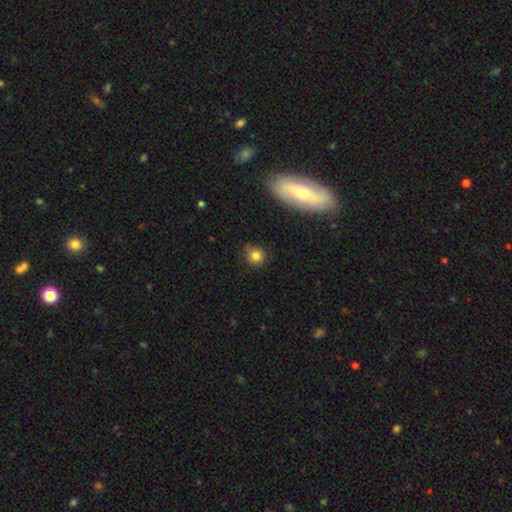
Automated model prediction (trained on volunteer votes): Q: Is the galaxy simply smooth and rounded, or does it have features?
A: smooth — 80%.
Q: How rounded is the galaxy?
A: round — 87%.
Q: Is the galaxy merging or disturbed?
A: none — 82%.